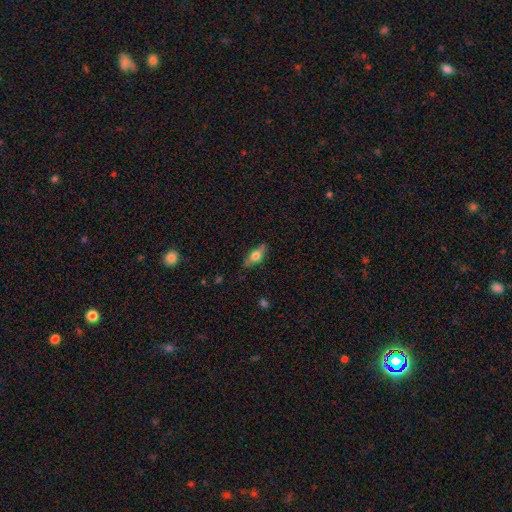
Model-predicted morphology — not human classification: smooth_or_featured: smooth (p=0.57) [alt: featured or disk p=0.36]
how_rounded: in between (p=0.67) [alt: cigar-shaped p=0.28]
merging: none (p=0.79) [alt: minor disturbance p=0.16]